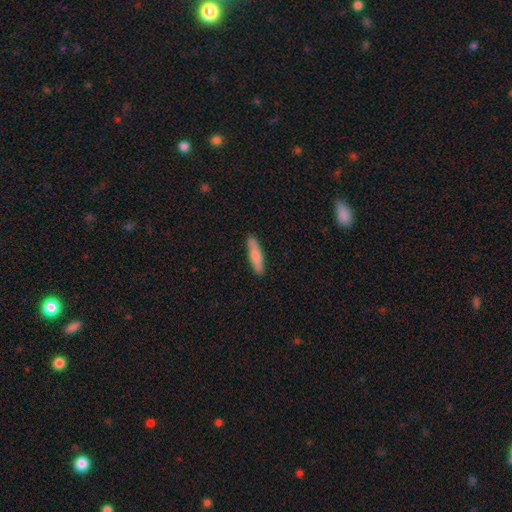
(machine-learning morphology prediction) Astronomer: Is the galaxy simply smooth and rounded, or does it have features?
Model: smooth — 78%.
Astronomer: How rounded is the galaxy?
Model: cigar-shaped — 82%.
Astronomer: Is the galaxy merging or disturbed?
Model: none — 89%.